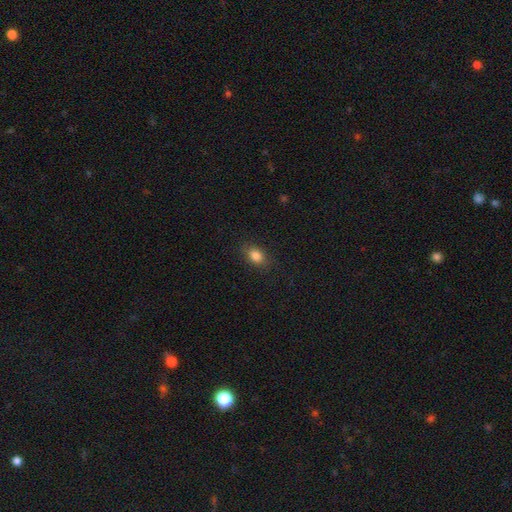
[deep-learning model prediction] Smooth or featured? Predicted: smooth (p=0.85). How rounded? Predicted: in between (p=0.77). Merging? Predicted: none (p=0.85).